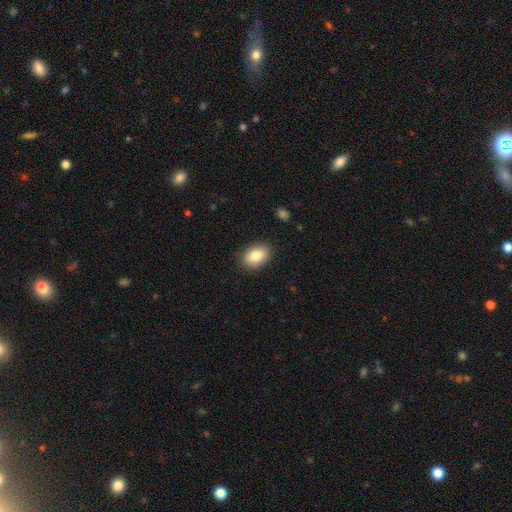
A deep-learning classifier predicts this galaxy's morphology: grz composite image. It shows a smooth galaxy with no disk features (83%) that is in between round and cigar-shaped (82%). Merging: none (87%).